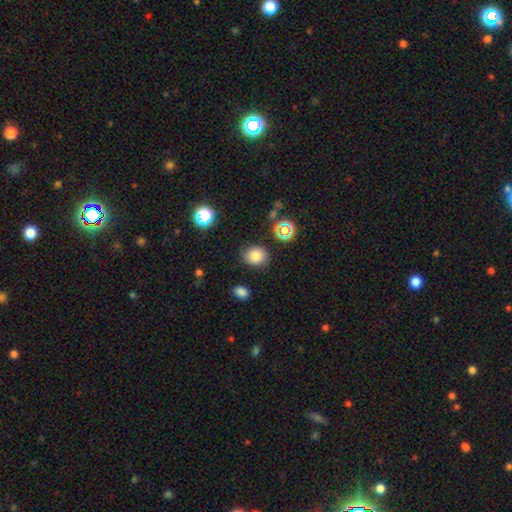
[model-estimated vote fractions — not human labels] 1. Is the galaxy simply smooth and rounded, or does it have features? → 71% smooth, 16% star or artifact, 13% featured or disk.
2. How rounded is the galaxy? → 69% round, 30% in between, 1% cigar-shaped.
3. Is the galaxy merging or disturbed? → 74% none, 19% minor disturbance, 5% major disturbance, 3% merger.